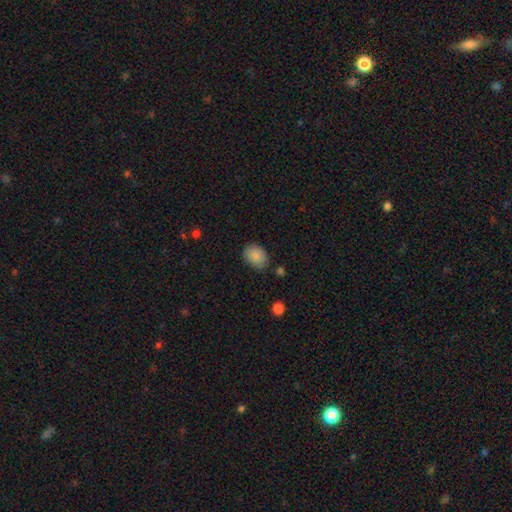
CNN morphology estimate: Smooth or featured?
  - smooth: 87% *
  - star or artifact: 7%
  - featured or disk: 6%
How rounded?
  - in between: 74% *
  - round: 25%
  - cigar-shaped: 1%
Merging?
  - none: 77% *
  - minor disturbance: 17%
  - major disturbance: 3%
  - merger: 2%